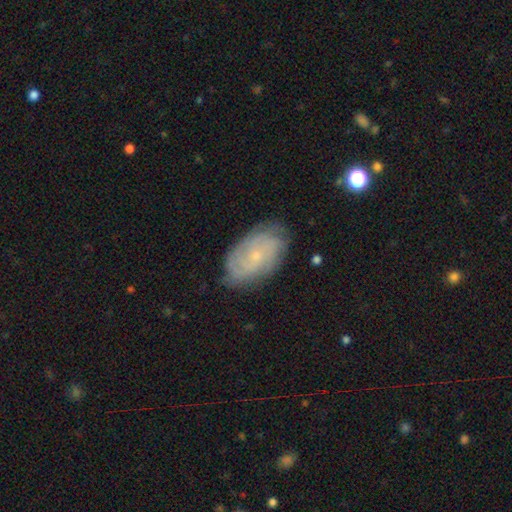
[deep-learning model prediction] A featured or disk galaxy (69%) with no bar (76%), tight (66%) spiral arms (89%) and a small central bulge (80%).

Vote fractions:
- Smooth or featured? featured or disk: 69% / smooth: 23% / star or artifact: 8%
- Edge-on disk? no: 95% / yes: 5%
- Bar? no: 76% / weak: 21% / strong: 3%
- Spiral arms? yes: 89% / no: 11%
- Spiral winding? tight: 66% / medium: 26% / loose: 8%
- Spiral arm count? can't tell: 47% / 2: 20% / 3: 14% / 4: 9% / more than 4: 5% / 1: 5%
- Bulge size? small: 80% / moderate: 15% / none: 3% / large: 1% / dominant: 1%
- Merging? none: 79% / minor disturbance: 16% / major disturbance: 4% / merger: 1%